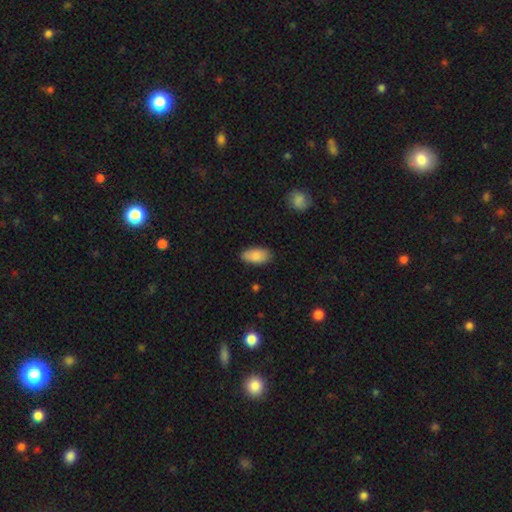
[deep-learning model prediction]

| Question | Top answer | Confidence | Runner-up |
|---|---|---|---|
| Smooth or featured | smooth | 87% | star or artifact (6%) |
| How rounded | in between | 93% | cigar-shaped (5%) |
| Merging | none | 82% | minor disturbance (15%) |